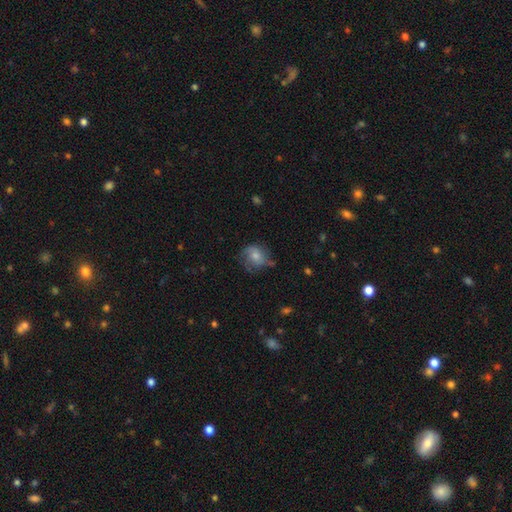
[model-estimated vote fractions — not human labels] Smooth or featured? smooth (53%)
How rounded? round (66%)
Merging? none (55%)